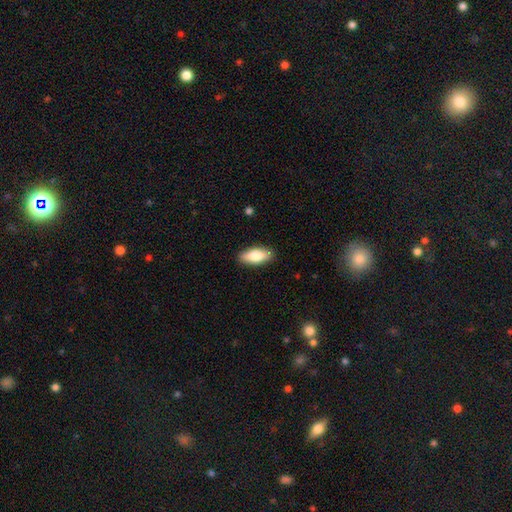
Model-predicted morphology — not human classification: Overall: smooth (78%). How rounded: in between (84%). Merging: none (87%).